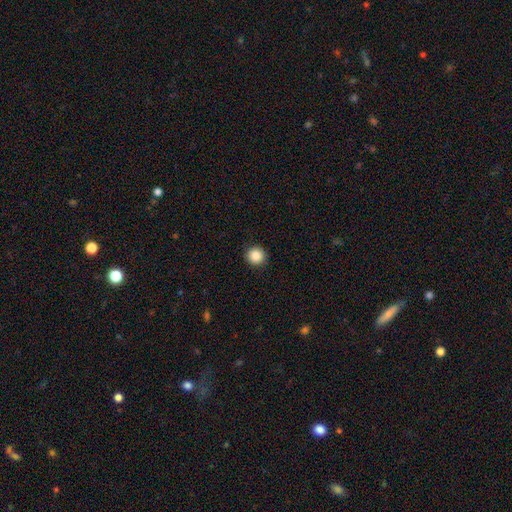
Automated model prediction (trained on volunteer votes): Morphology: type=smooth (87%); roundness=round (93%); merging=none (92%).